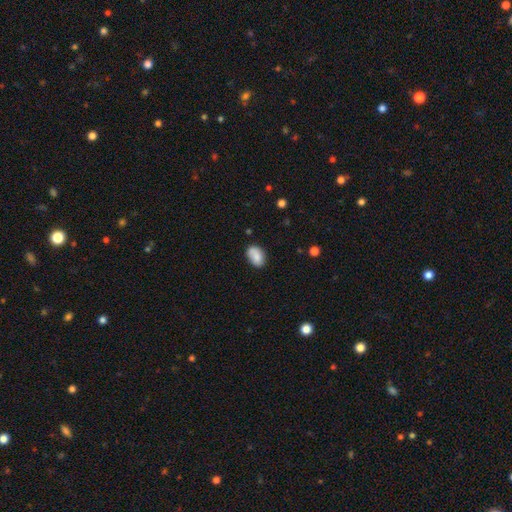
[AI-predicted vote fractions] Morphology: type=smooth (79%); roundness=in between (84%); merging=none (69%).